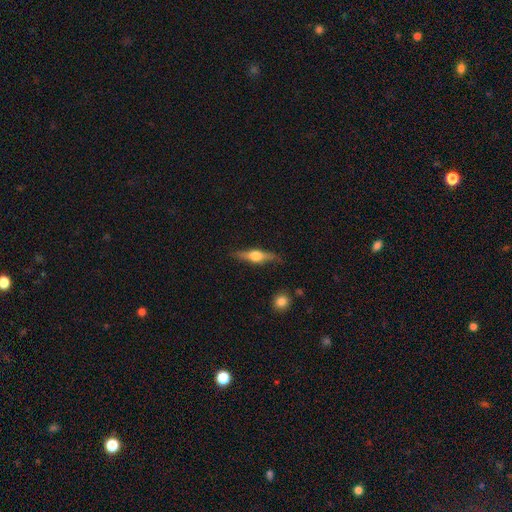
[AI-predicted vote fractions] Smooth or featured: featured or disk — 60% (smooth — 34%)
Edge-on disk: yes — 94% (no — 6%)
Edge-on bulge: rounded — 94% (boxy — 4%)
Merging: none — 82% (minor disturbance — 14%)